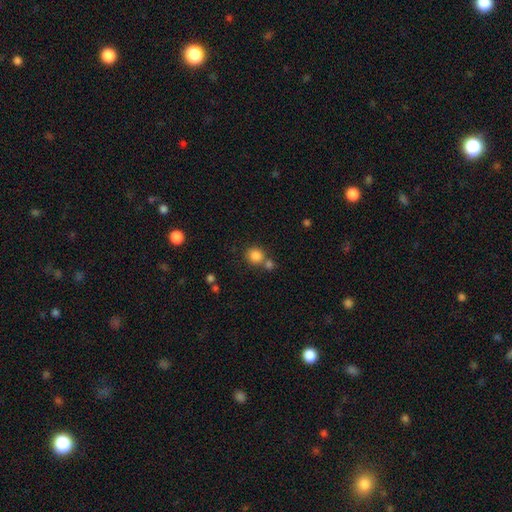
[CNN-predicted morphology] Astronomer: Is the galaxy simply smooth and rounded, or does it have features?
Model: smooth — 83%.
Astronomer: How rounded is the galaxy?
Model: round — 88%.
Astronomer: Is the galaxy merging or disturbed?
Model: none — 61%.